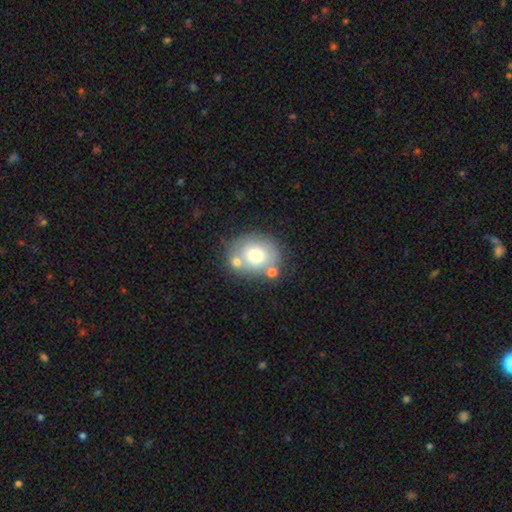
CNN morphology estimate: The model was most divided on "how rounded": round: 61%, in between: 38%, cigar-shaped: 1%. More confident: smooth or featured — smooth (68%); merging — none (59%).